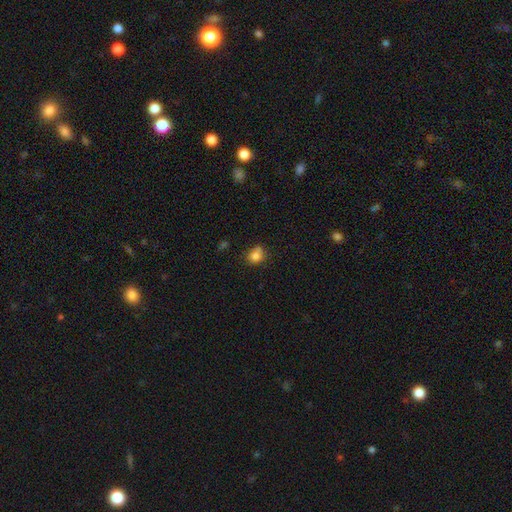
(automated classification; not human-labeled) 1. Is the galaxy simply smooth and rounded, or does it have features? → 80% smooth, 11% star or artifact, 8% featured or disk.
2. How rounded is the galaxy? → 68% round, 31% in between, 1% cigar-shaped.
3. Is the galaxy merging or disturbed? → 54% none, 21% minor disturbance, 18% merger, 6% major disturbance.